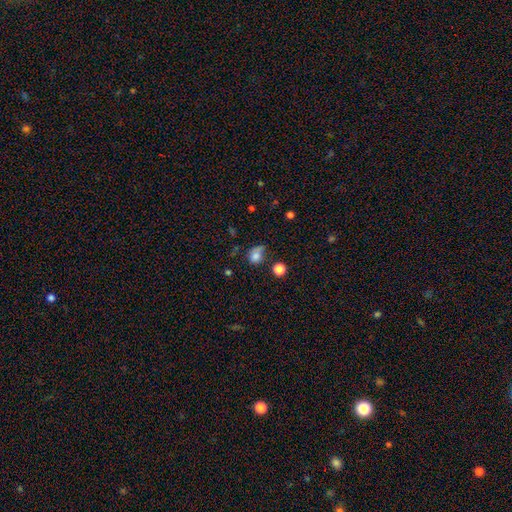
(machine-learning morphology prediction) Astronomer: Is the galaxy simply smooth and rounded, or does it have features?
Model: smooth — 76%.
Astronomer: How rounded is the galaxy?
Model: round — 65%.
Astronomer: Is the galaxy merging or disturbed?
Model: none — 39% (runner-up: minor disturbance, 30%).